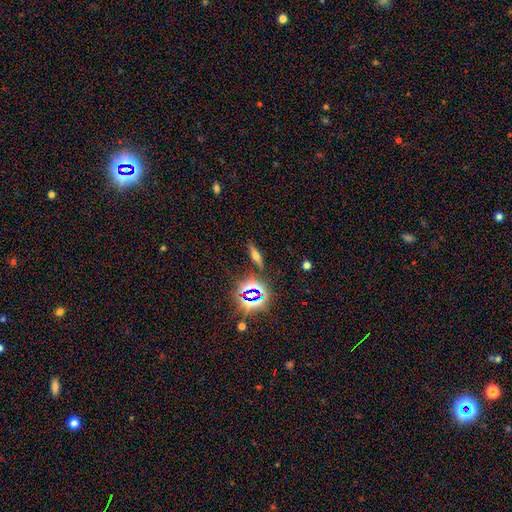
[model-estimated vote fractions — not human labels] Smooth or featured? smooth (44%)
Merging? none (83%)